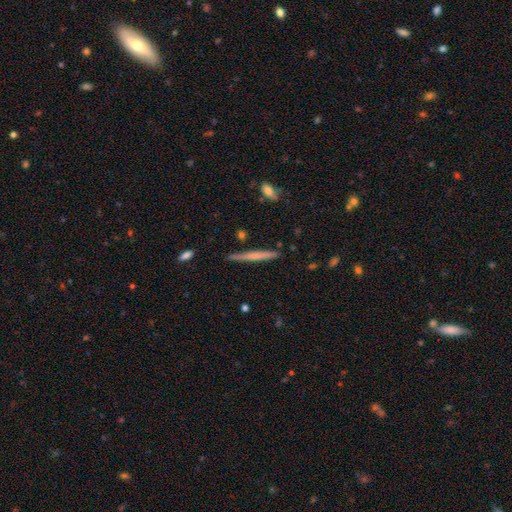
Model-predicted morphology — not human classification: Smooth or featured: smooth — 51% (featured or disk — 43%)
How rounded: cigar-shaped — 96% (in between — 2%)
Merging: none — 87% (minor disturbance — 10%)